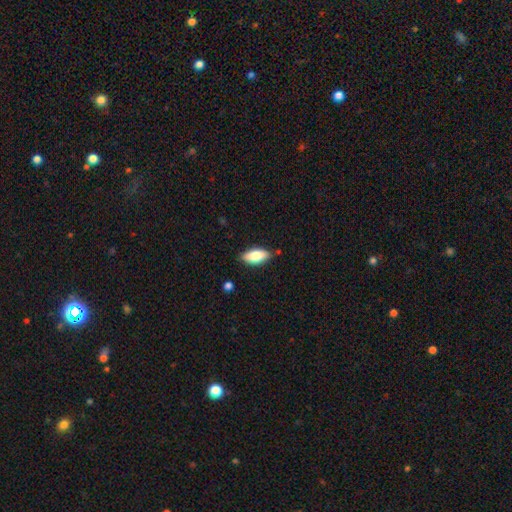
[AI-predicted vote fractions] Overall: smooth (78%). How rounded: in between (86%). Merging: none (83%).